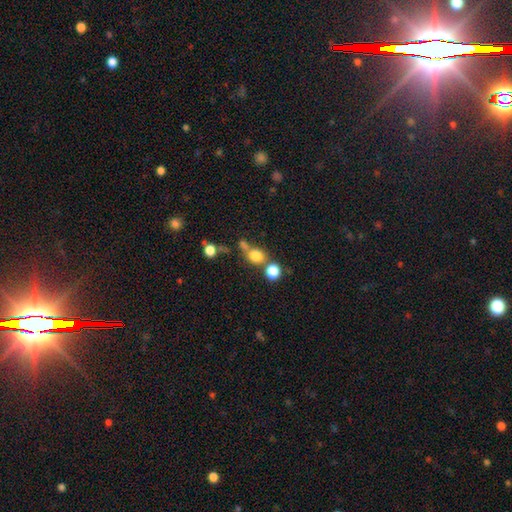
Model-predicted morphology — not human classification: A smooth galaxy with no disk features (77%) that is round (70%).

Vote fractions:
- Smooth or featured? smooth: 77% / star or artifact: 14% / featured or disk: 10%
- How rounded? round: 70% / in between: 28% / cigar-shaped: 2%
- Merging? none: 47% / merger: 34% / minor disturbance: 12% / major disturbance: 8%